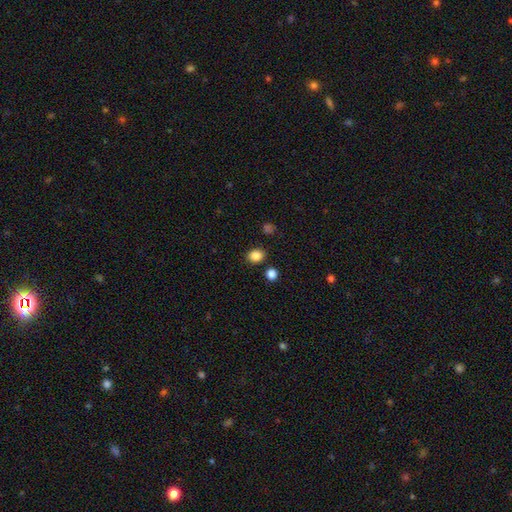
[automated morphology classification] A smooth galaxy with no disk features (86%) that is round (58%). Merging: none (85%).